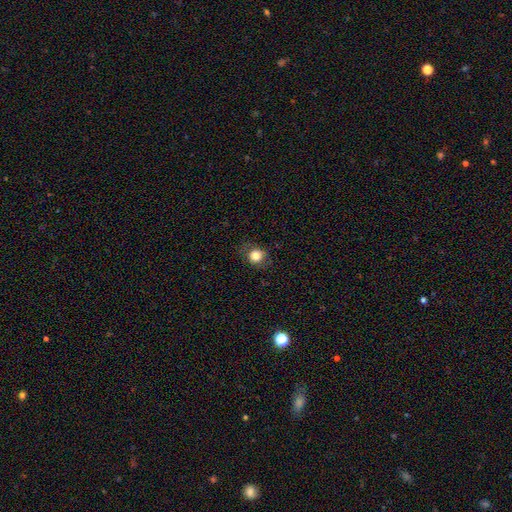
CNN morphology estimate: A smooth galaxy with no disk features (80%) that is round (73%). Merging: none (78%).